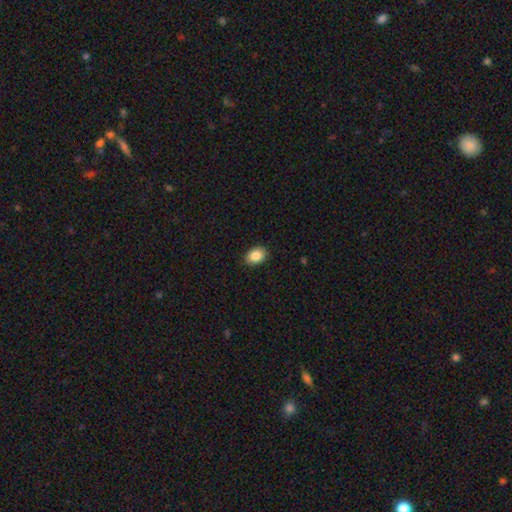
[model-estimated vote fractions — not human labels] smooth 87%, star or artifact 8%, featured or disk 5%. Down the decision tree: how rounded — in between (77%); merging — none (89%).